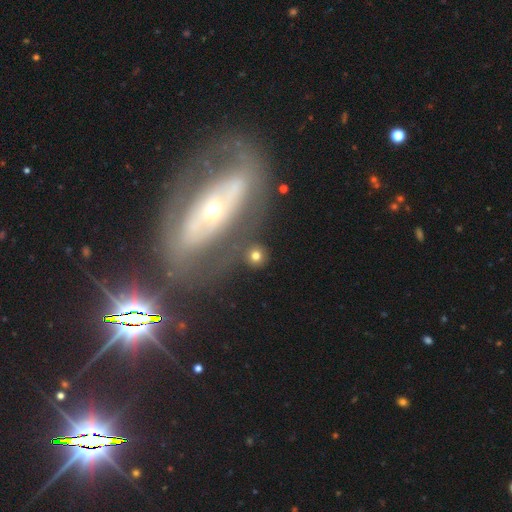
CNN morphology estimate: Q: Smooth or featured?
A: smooth (70%); runner-up: featured or disk (17%)
Q: How rounded?
A: round (88%); runner-up: in between (10%)
Q: Merging?
A: none (77%); runner-up: minor disturbance (9%)